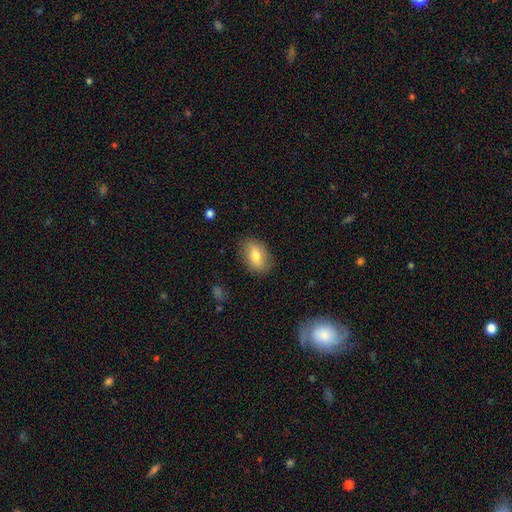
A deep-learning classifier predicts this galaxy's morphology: type=smooth (76%); roundness=in between (87%); merging=none (84%).